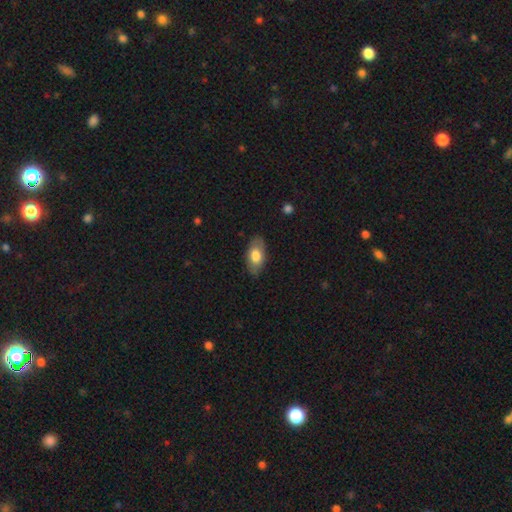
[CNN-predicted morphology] smooth 72%, featured or disk 22%, star or artifact 6%. Down the decision tree: how rounded — in between (92%); merging — none (84%).